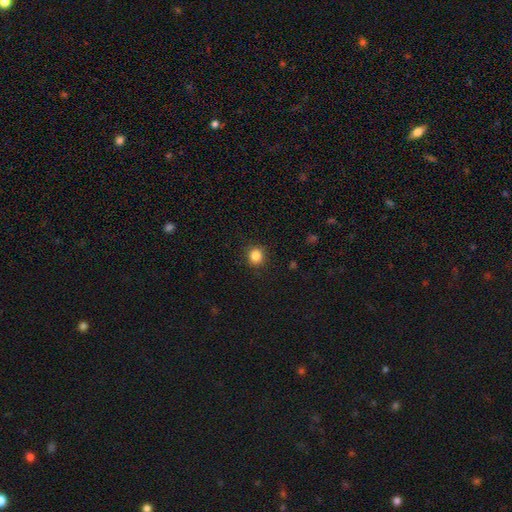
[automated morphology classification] smooth 84%, star or artifact 11%, featured or disk 4%. Down the decision tree: how rounded — round (89%); merging — none (90%).